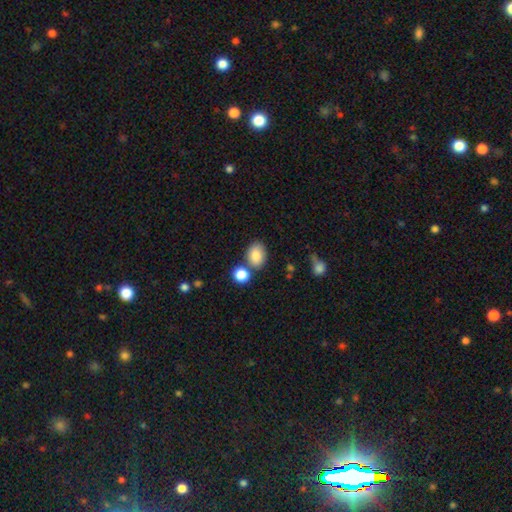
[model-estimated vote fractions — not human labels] A smooth galaxy with no disk features (85%) that is in between round and cigar-shaped (75%).

Vote fractions:
- Smooth or featured? smooth: 85% / star or artifact: 9% / featured or disk: 7%
- How rounded? in between: 75% / round: 24% / cigar-shaped: 1%
- Merging? none: 68% / merger: 15% / minor disturbance: 13% / major disturbance: 4%